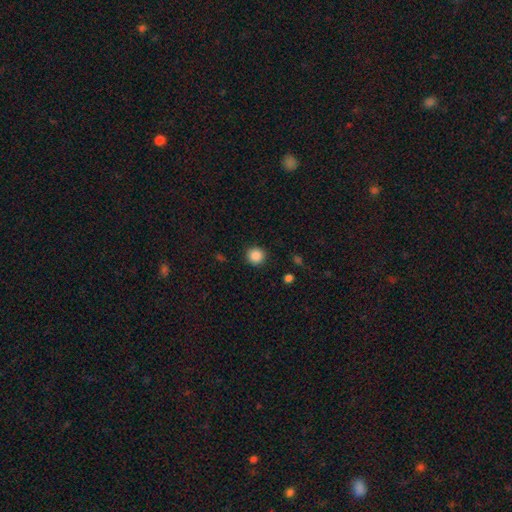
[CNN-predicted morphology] Smooth or featured: smooth — 87% (star or artifact — 10%)
How rounded: round — 94% (in between — 5%)
Merging: none — 91% (minor disturbance — 6%)